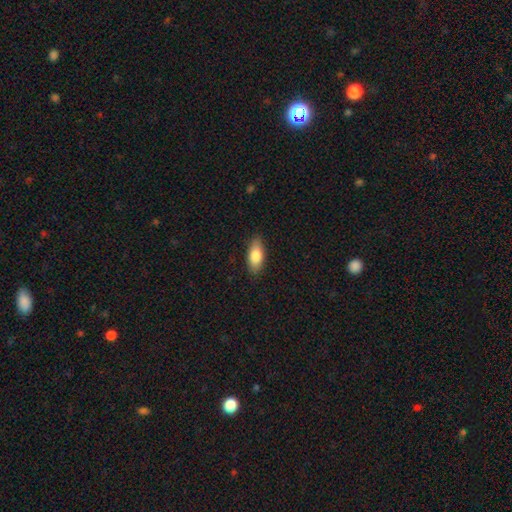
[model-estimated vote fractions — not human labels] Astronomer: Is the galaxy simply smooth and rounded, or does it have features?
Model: smooth — 81%.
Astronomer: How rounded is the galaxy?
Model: in between — 83%.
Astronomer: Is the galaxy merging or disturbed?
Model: none — 86%.